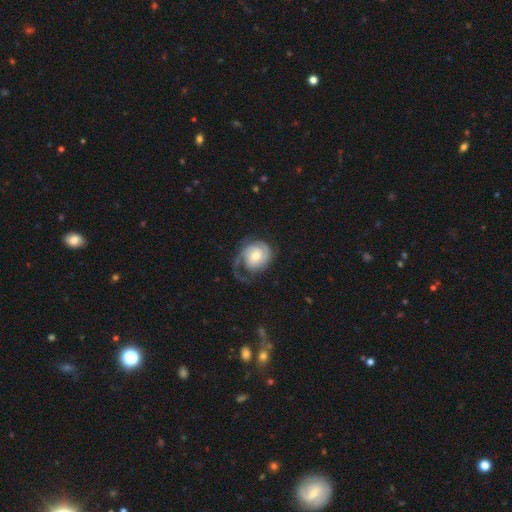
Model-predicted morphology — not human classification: smooth_or_featured: featured or disk (p=0.80) [alt: smooth p=0.15]
disk_edge_on: no (p=0.98) [alt: yes p=0.02]
bar: no (p=0.65) [alt: weak p=0.29]
has_spiral_arms: yes (p=0.95) [alt: no p=0.05]
spiral_winding: tight (p=0.52) [alt: medium p=0.33]
spiral_arm_count: 2 (p=0.42) [alt: 1 p=0.27]
bulge_size: moderate (p=0.54) [alt: small p=0.30]
merging: none (p=0.50) [alt: major disturbance p=0.27]